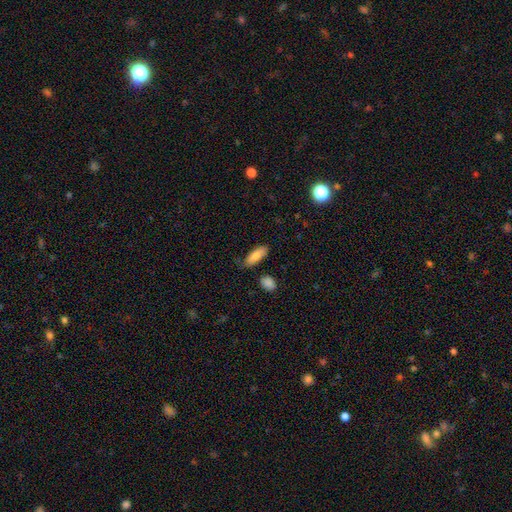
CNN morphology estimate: The model was most divided on "how rounded": in between: 70%, cigar-shaped: 28%, round: 2%. More confident: smooth or featured — smooth (81%); merging — none (75%).